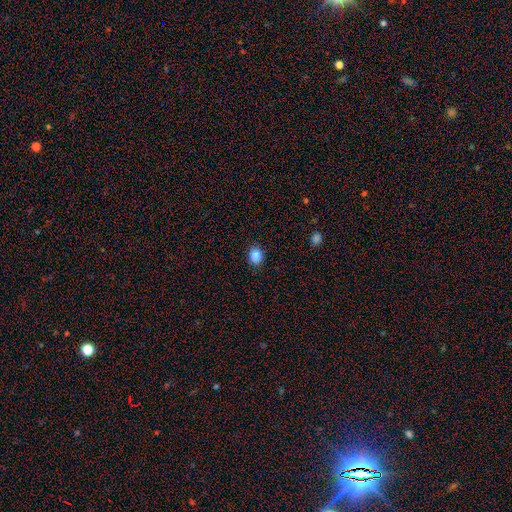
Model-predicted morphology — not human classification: Smooth or featured?
  - smooth: 85% *
  - star or artifact: 10%
  - featured or disk: 5%
How rounded?
  - round: 60% *
  - in between: 39%
  - cigar-shaped: 1%
Merging?
  - none: 88% *
  - minor disturbance: 9%
  - major disturbance: 2%
  - merger: 1%